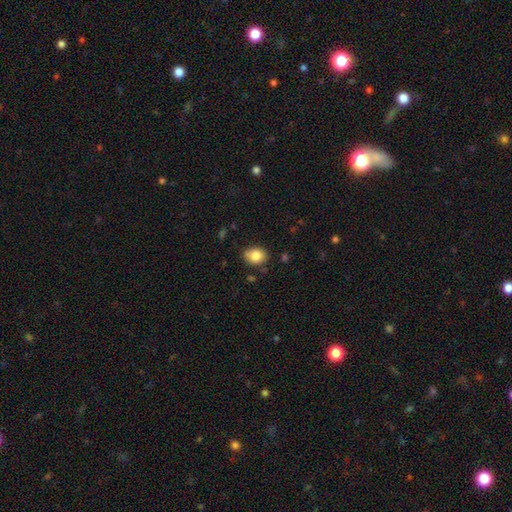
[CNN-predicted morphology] Smooth or featured? Predicted: smooth (p=0.83). How rounded? Predicted: in between (p=0.51). Merging? Predicted: none (p=0.74).